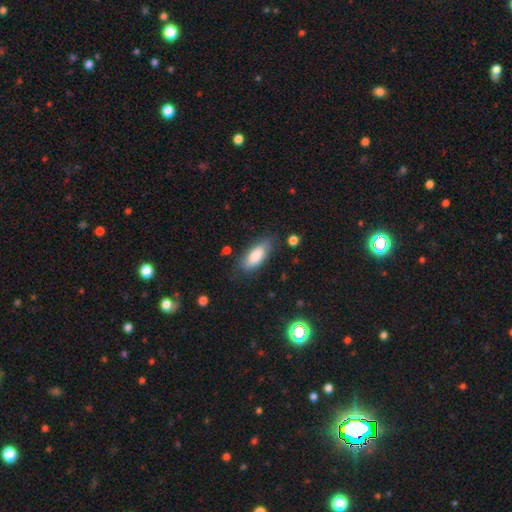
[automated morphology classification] smooth 83%, featured or disk 11%, star or artifact 6%. Down the decision tree: how rounded — in between (83%); merging — none (74%).